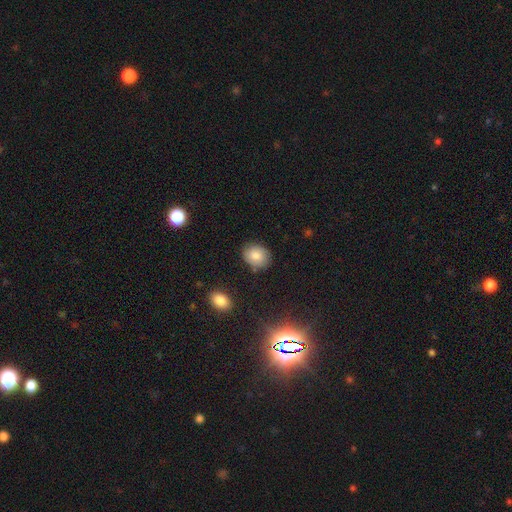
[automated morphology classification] Smooth or featured?
  - smooth: 81% *
  - featured or disk: 10%
  - star or artifact: 9%
How rounded?
  - round: 52% *
  - in between: 47%
  - cigar-shaped: 1%
Merging?
  - none: 82% *
  - minor disturbance: 13%
  - major disturbance: 3%
  - merger: 2%